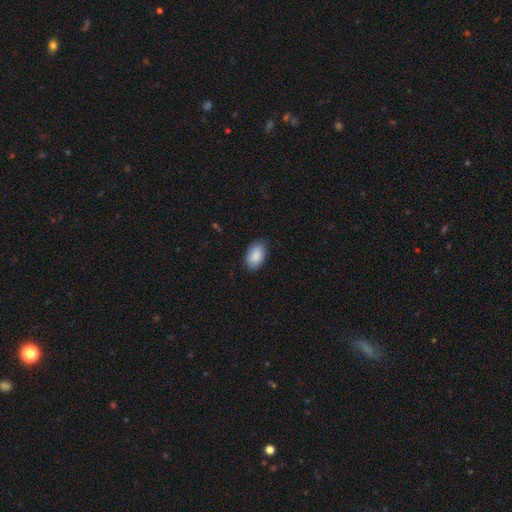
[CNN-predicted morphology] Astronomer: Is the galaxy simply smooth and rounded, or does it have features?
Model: smooth — 89%.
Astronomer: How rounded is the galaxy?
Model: in between — 92%.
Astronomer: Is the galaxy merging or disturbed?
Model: none — 77%.